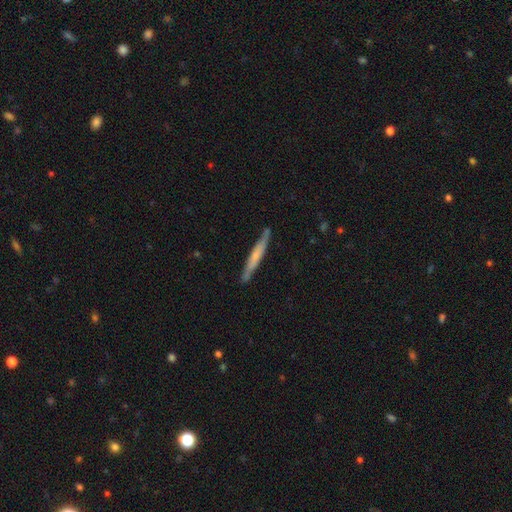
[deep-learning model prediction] This appears to be a smooth galaxy with no disk features (48%). Merging: none (84%).